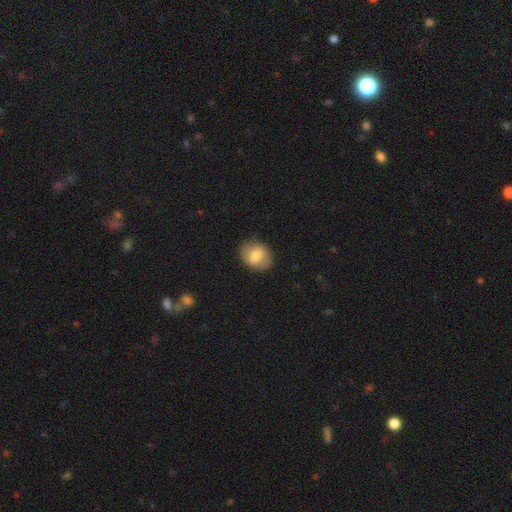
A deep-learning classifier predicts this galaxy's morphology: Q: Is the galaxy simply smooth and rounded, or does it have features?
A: smooth — 73%.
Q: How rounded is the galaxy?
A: in between — 63%.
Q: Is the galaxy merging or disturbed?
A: none — 86%.